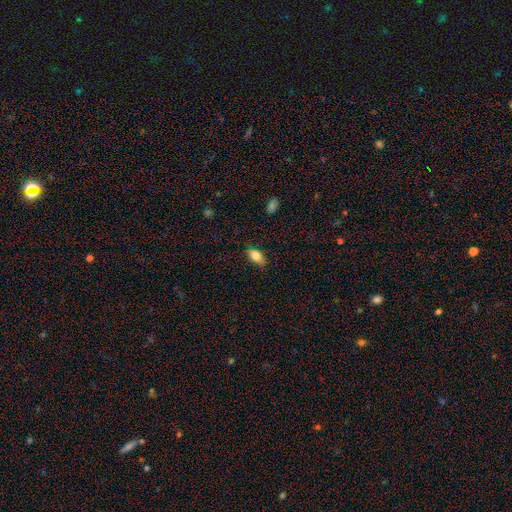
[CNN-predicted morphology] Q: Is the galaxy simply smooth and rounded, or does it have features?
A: smooth — 80%.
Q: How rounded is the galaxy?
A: in between — 87%.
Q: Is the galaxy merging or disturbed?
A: none — 77%.